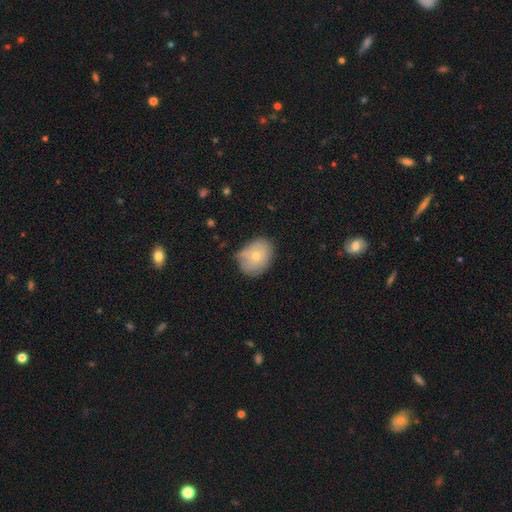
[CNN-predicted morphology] A smooth galaxy with no disk features (70%) that is in between round and cigar-shaped (55%). Merging: none (61%).